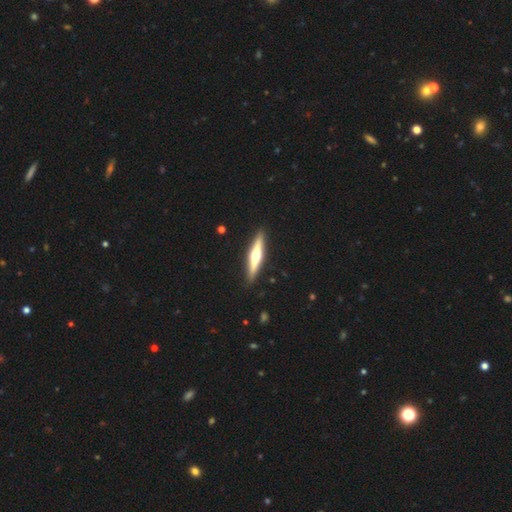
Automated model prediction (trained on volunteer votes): Morphology: type=featured or disk (62%); edge-on=yes (96%); edge-on bulge=rounded (91%); merging=none (91%).